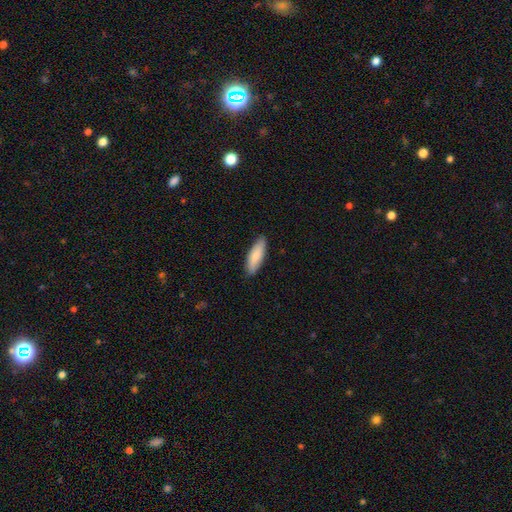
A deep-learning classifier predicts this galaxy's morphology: Q: Smooth or featured?
A: smooth (86%); runner-up: featured or disk (9%)
Q: How rounded?
A: in between (53%); runner-up: cigar-shaped (46%)
Q: Merging?
A: none (87%); runner-up: minor disturbance (10%)